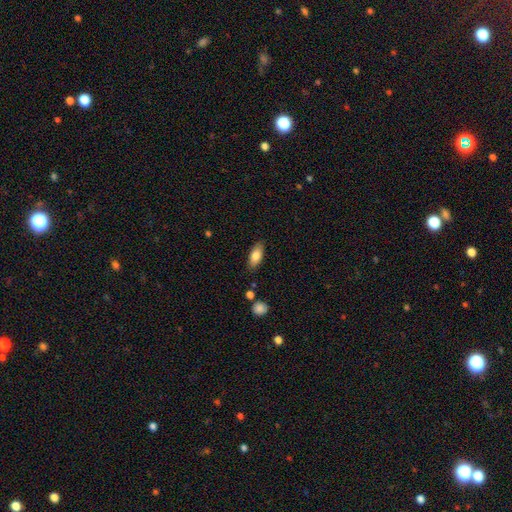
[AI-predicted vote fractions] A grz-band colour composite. It shows a smooth galaxy with no disk features (79%) that is in between round and cigar-shaped (84%). Merging: none (85%).